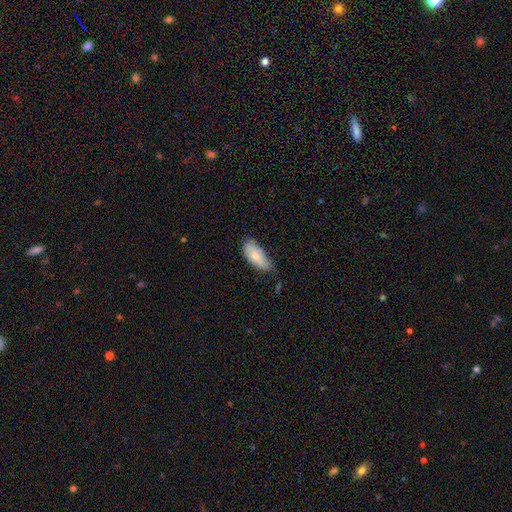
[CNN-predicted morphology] A smooth galaxy with no disk features (78%) that is in between round and cigar-shaped (89%).

Vote fractions:
- Smooth or featured? smooth: 78% / featured or disk: 15% / star or artifact: 6%
- How rounded? in between: 89% / cigar-shaped: 9% / round: 2%
- Merging? none: 50% / minor disturbance: 40% / major disturbance: 7% / merger: 3%